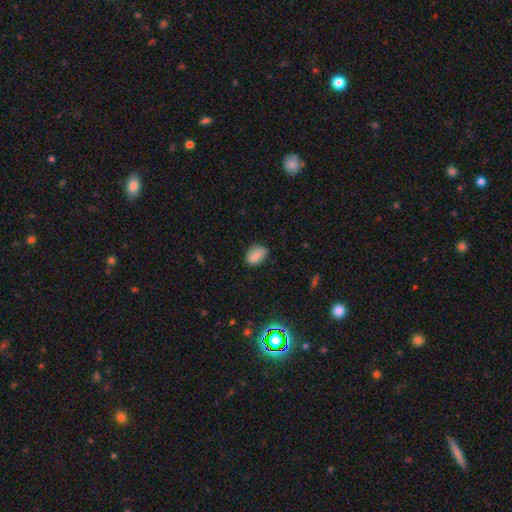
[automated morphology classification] This appears to be a smooth galaxy with no disk features (81%) that is in between round and cigar-shaped (77%). Merging: none (75%).